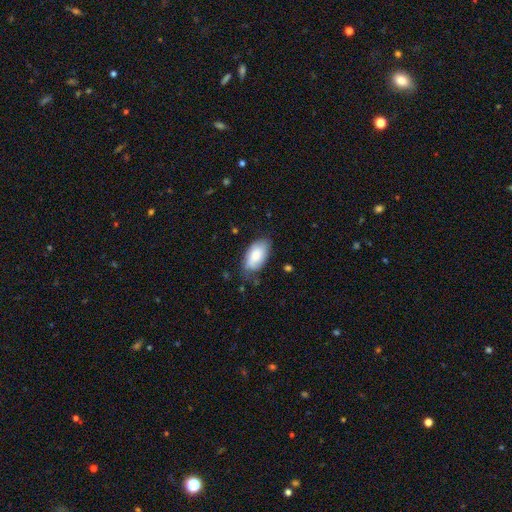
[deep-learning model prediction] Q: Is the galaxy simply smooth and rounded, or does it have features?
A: smooth — 76%.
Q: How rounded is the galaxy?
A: in between — 95%.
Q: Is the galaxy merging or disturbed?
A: none — 64%.